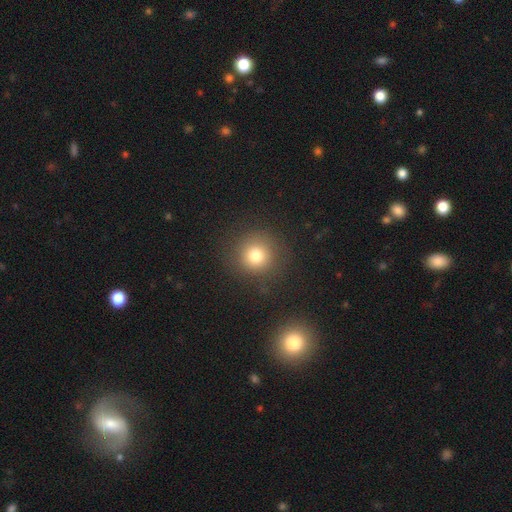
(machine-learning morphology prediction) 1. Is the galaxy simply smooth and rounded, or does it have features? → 78% smooth, 14% star or artifact, 9% featured or disk.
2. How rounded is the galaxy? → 93% round, 6% in between, 1% cigar-shaped.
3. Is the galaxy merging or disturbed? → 85% none, 8% minor disturbance, 5% major disturbance, 2% merger.